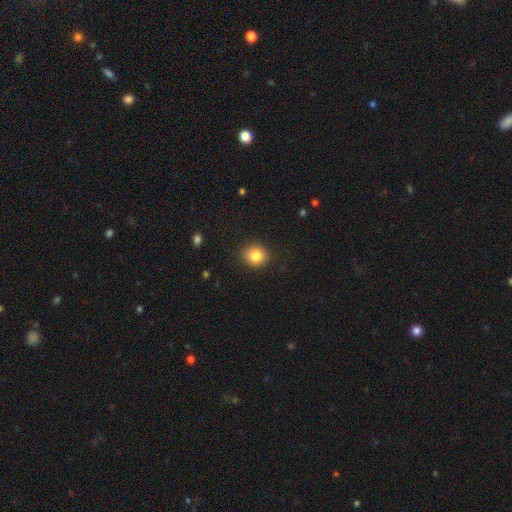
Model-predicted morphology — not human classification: The model was most divided on "how rounded": round: 82%, in between: 17%, cigar-shaped: 1%. More confident: merging — none (89%); smooth or featured — smooth (84%).